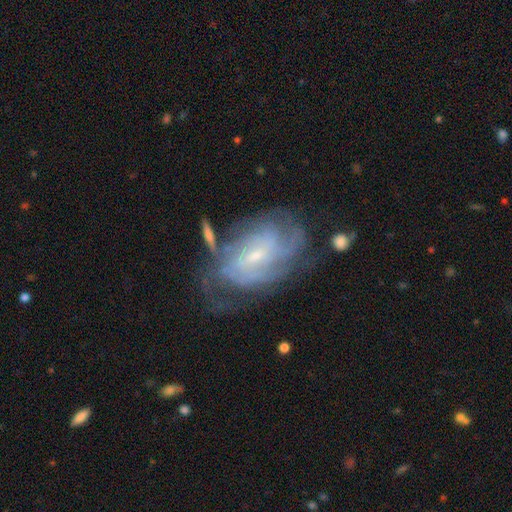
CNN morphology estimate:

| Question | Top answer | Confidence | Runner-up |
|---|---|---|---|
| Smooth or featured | featured or disk | 81% | smooth (12%) |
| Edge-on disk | no | 96% | yes (4%) |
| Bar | weak | 47% | no (40%) |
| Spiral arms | yes | 92% | no (8%) |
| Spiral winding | tight | 59% | medium (32%) |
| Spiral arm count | can't tell | 43% | 4 (17%) |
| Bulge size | small | 73% | moderate (21%) |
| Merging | none | 56% | minor disturbance (23%) |